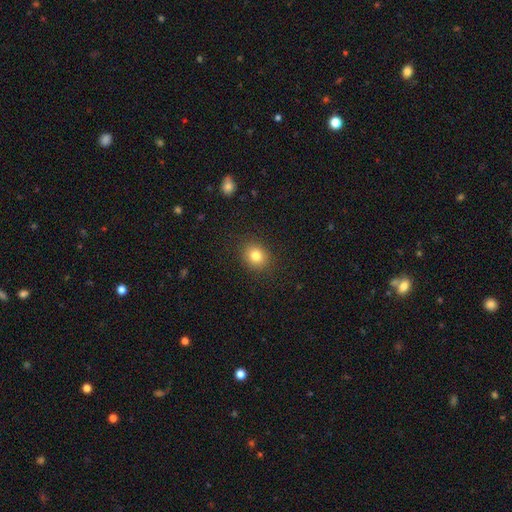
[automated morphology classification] Q: Smooth or featured?
A: smooth (82%); runner-up: star or artifact (11%)
Q: How rounded?
A: round (67%); runner-up: in between (32%)
Q: Merging?
A: none (88%); runner-up: minor disturbance (8%)